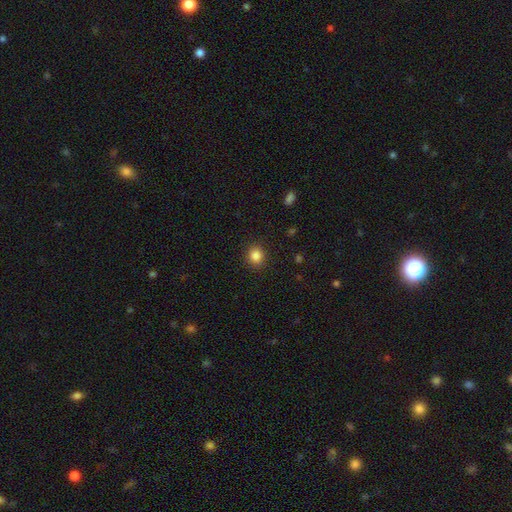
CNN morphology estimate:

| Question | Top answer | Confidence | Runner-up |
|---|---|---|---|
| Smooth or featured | smooth | 85% | star or artifact (11%) |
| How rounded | round | 88% | in between (11%) |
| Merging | none | 90% | minor disturbance (6%) |